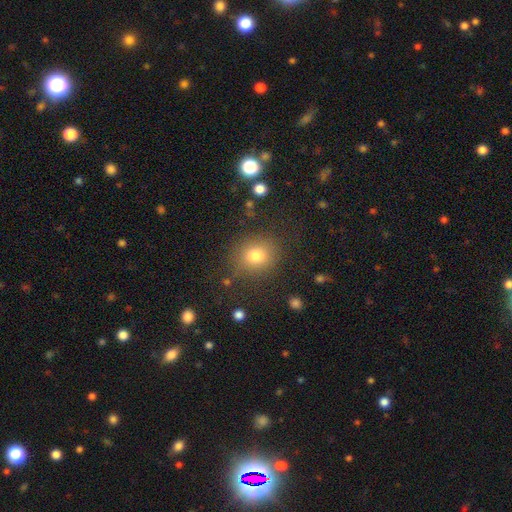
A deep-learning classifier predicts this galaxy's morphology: Smooth or featured? Predicted: smooth (p=0.78). How rounded? Predicted: round (p=0.76). Merging? Predicted: none (p=0.83).